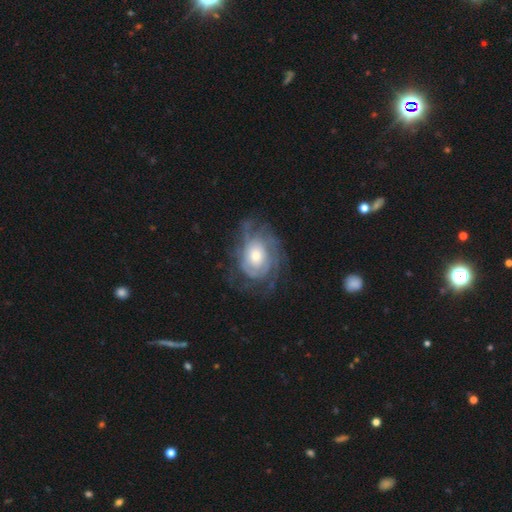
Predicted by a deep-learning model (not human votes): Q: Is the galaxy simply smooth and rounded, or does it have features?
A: featured or disk — 80%.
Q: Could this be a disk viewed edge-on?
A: no — 97%.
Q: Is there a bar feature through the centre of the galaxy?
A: no — 79%.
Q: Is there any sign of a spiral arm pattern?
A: yes — 91%.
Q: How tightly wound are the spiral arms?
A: tight — 66%.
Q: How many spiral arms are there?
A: can't tell — 47%.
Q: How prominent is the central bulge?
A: moderate — 61%.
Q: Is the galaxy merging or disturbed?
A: none — 64%.